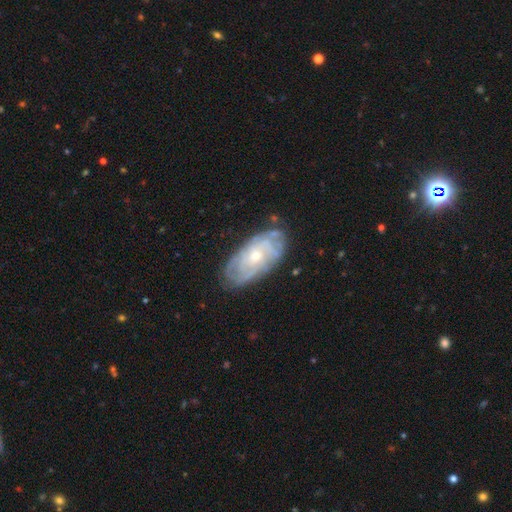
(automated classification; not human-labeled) Smooth or featured: featured or disk — 75% (smooth — 18%)
Edge-on disk: no — 93% (yes — 7%)
Bar: no — 78% (weak — 19%)
Spiral arms: yes — 86% (no — 14%)
Spiral winding: tight — 71% (medium — 22%)
Spiral arm count: can't tell — 55% (4 — 14%)
Bulge size: small — 64% (moderate — 33%)
Merging: none — 76% (minor disturbance — 18%)